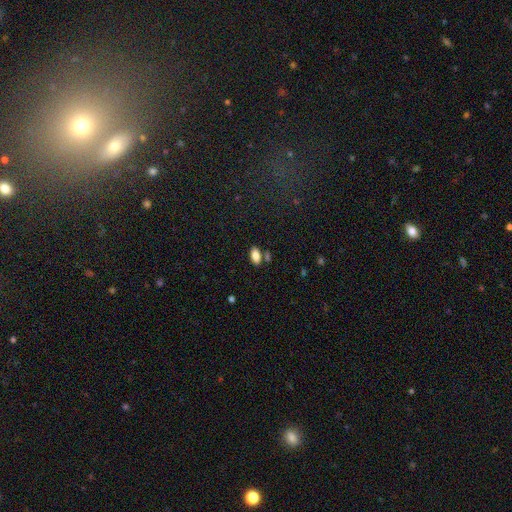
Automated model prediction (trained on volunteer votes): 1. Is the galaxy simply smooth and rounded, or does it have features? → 84% smooth, 8% star or artifact, 8% featured or disk.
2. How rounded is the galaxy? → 92% in between, 5% cigar-shaped, 3% round.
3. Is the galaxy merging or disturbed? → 75% none, 11% merger, 11% minor disturbance, 3% major disturbance.